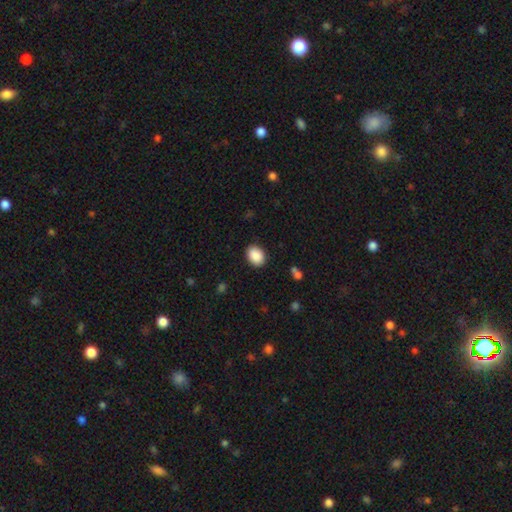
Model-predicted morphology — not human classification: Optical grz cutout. It shows a smooth galaxy with no disk features (90%) that is in between round and cigar-shaped (73%). Merging: none (88%).